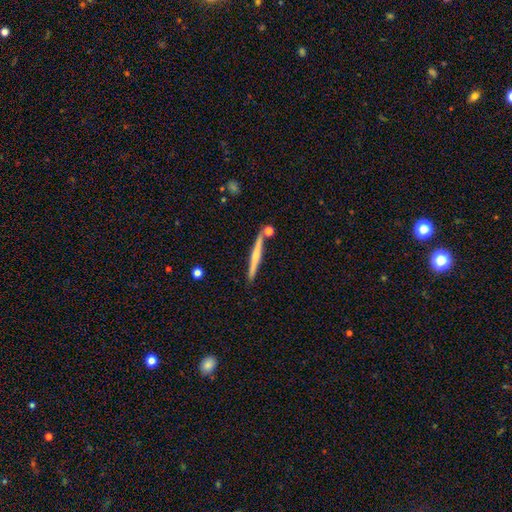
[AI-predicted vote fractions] A featured or disk galaxy (54%) viewed edge-on (97%) with a rounded central bulge (54%). Merging: none (84%).